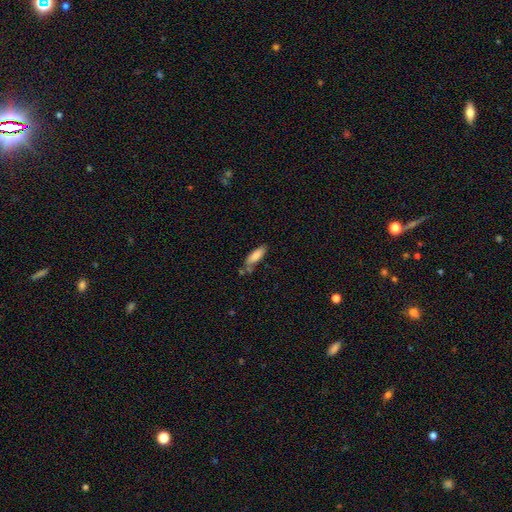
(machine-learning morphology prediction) This is clearly a smooth galaxy (81%). How rounded: possibly in between (52%). Merging: possibly none (59%).